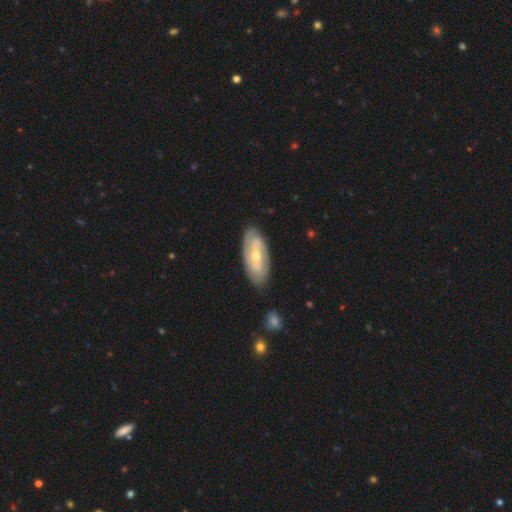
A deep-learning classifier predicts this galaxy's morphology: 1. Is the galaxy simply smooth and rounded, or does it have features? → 69% featured or disk, 25% smooth, 5% star or artifact.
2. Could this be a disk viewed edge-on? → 90% no, 10% yes.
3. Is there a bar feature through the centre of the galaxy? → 56% no, 32% weak, 12% strong.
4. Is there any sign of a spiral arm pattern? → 80% yes, 20% no.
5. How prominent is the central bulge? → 56% small, 40% moderate, 1% large, 1% none, 1% dominant.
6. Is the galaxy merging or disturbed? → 82% none, 13% minor disturbance, 3% major disturbance, 2% merger.